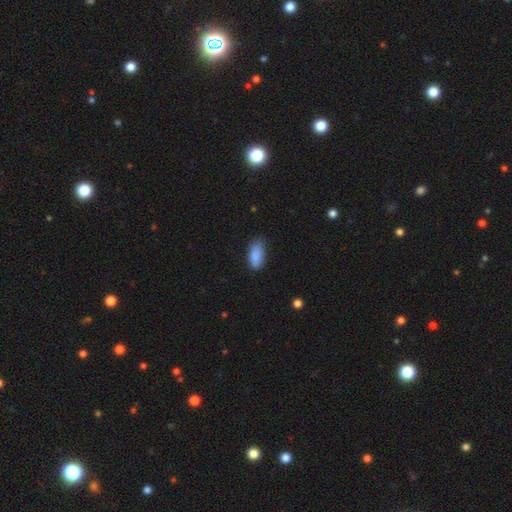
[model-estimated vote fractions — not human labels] This appears to be a smooth galaxy with no disk features (87%) that is in between round and cigar-shaped (87%). Merging: none (69%).